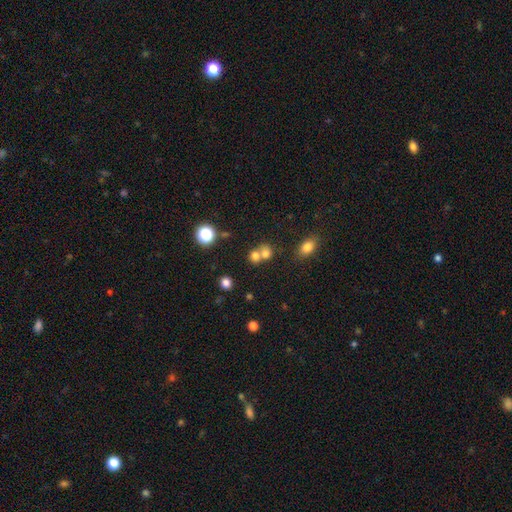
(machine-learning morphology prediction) This is likely a smooth galaxy (73%). How rounded: likely round (76%). Merging: possibly merger (53%).